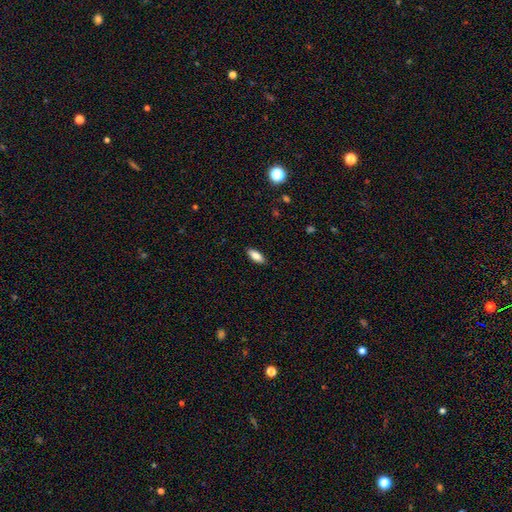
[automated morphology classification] smooth 84%, featured or disk 9%, star or artifact 7%. Down the decision tree: how rounded — in between (84%); merging — none (89%).